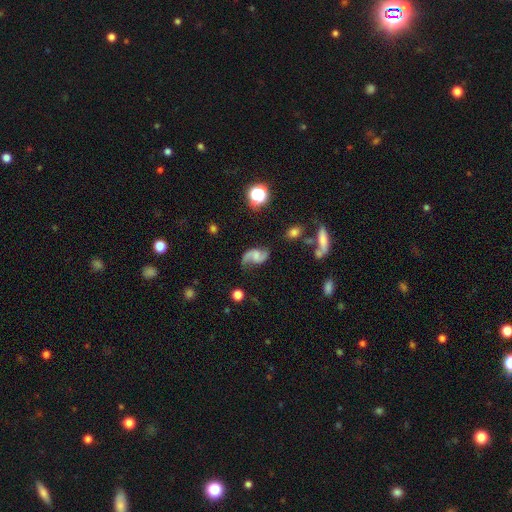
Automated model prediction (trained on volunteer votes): smooth_or_featured: featured or disk (p=0.82) [alt: smooth p=0.10]
disk_edge_on: no (p=0.97) [alt: yes p=0.03]
bar: no (p=0.52) [alt: weak p=0.40]
has_spiral_arms: yes (p=0.96) [alt: no p=0.04]
spiral_winding: loose (p=0.73) [alt: medium p=0.22]
spiral_arm_count: 2 (p=0.92) [alt: 1 p=0.03]
bulge_size: none (p=0.39) [alt: small p=0.28]
merging: none (p=0.70) [alt: minor disturbance p=0.18]